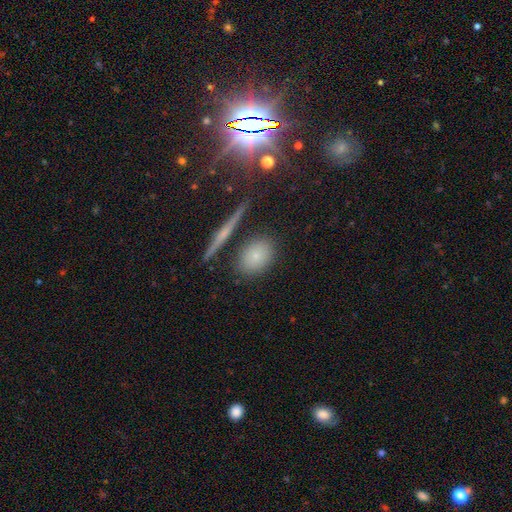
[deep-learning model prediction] A smooth galaxy with no disk features (75%) that is in between round and cigar-shaped (53%). Merging: none (81%).